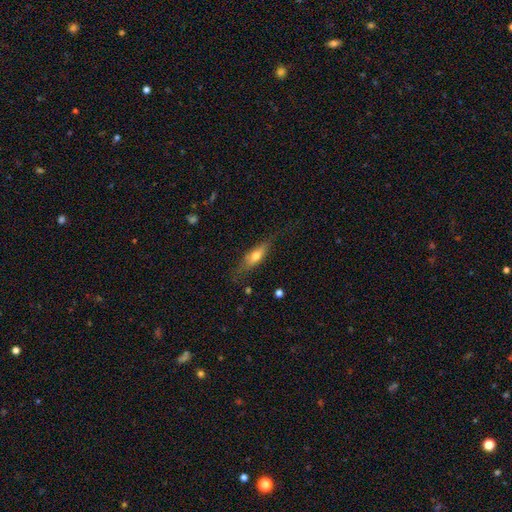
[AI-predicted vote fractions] Q: Smooth or featured?
A: smooth (59%); runner-up: featured or disk (34%)
Q: How rounded?
A: in between (52%); runner-up: cigar-shaped (45%)
Q: Merging?
A: none (69%); runner-up: minor disturbance (22%)